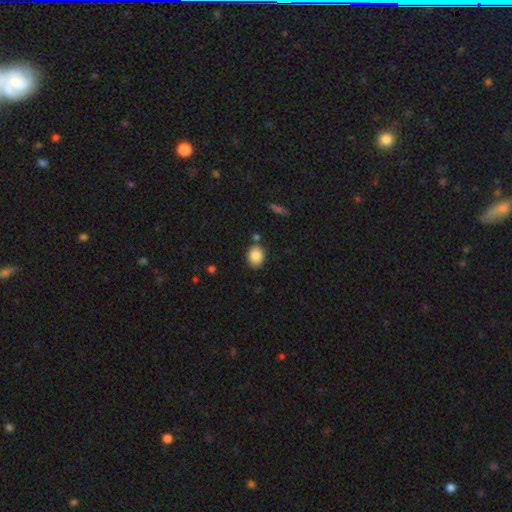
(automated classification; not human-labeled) Smooth or featured: smooth — 86% (star or artifact — 8%)
How rounded: in between — 60% (round — 39%)
Merging: none — 80% (minor disturbance — 11%)